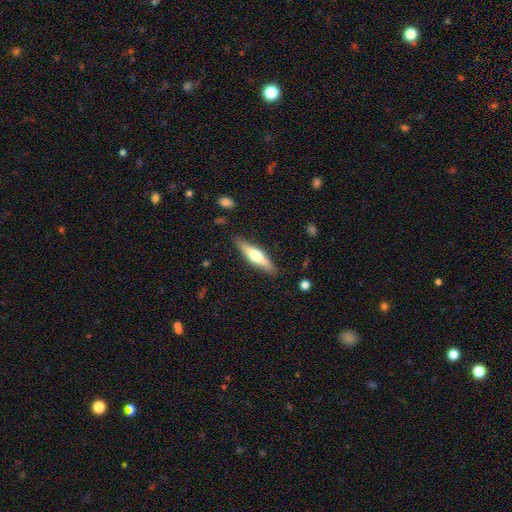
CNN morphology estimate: The model was most divided on "smooth or featured": featured or disk: 56%, smooth: 39%, star or artifact: 5%. More confident: edge-on disk — yes (95%); edge-on bulge — rounded (92%); merging — none (87%).